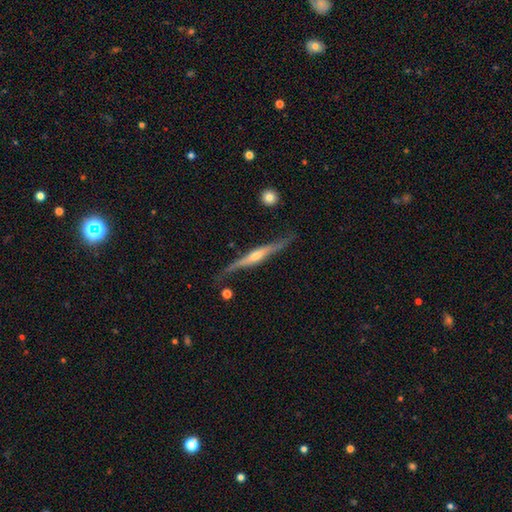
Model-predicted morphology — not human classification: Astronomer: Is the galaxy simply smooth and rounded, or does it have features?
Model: featured or disk — 82%.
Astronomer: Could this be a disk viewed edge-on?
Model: yes — 95%.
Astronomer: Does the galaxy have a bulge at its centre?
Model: rounded — 83%.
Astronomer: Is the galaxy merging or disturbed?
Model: none — 75%.